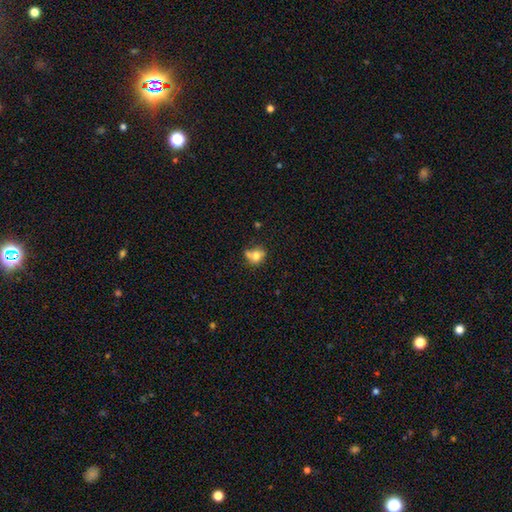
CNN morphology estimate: Smooth or featured? Predicted: smooth (p=0.71). How rounded? Predicted: round (p=0.61). Merging? Predicted: none (p=0.41).